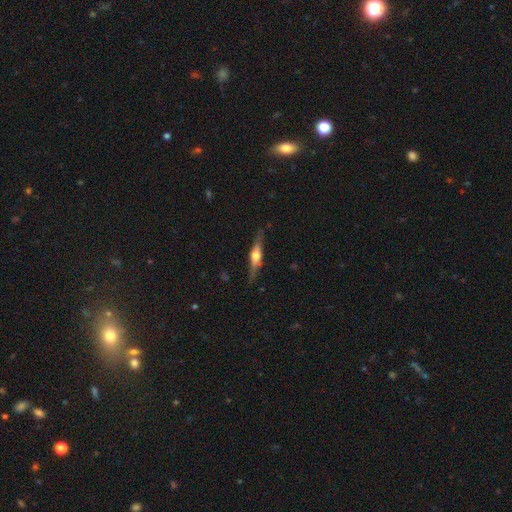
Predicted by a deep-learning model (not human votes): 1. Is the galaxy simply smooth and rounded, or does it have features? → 64% featured or disk, 30% smooth, 6% star or artifact.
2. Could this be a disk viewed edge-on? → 95% yes, 5% no.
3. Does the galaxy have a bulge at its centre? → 88% rounded, 8% boxy, 4% none.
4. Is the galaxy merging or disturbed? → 83% none, 13% minor disturbance, 3% major disturbance, 1% merger.